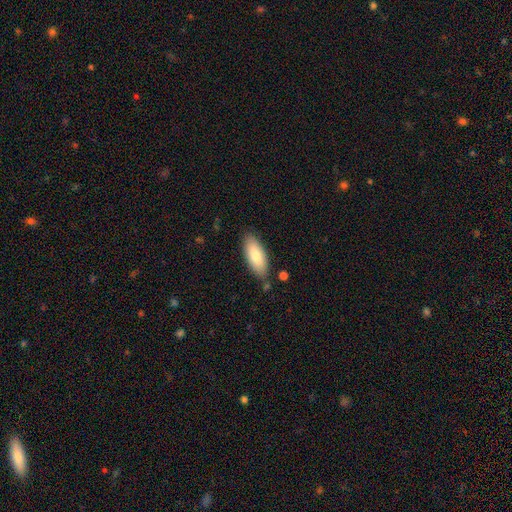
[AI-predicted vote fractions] This is clearly a smooth galaxy (80%). How rounded: clearly in between (80%). Merging: clearly none (81%).